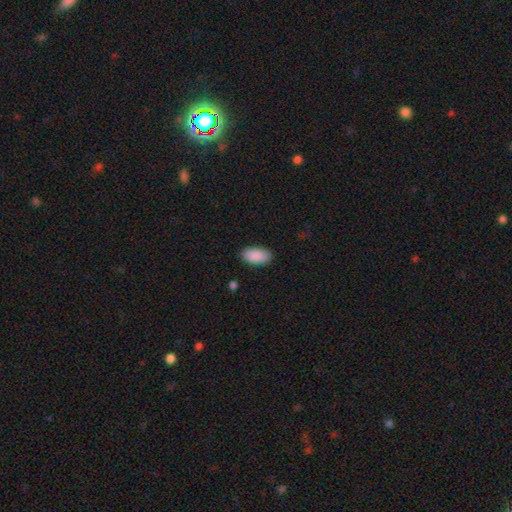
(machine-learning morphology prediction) Smooth or featured? Predicted: smooth (p=0.91). How rounded? Predicted: in between (p=0.95). Merging? Predicted: none (p=0.88).